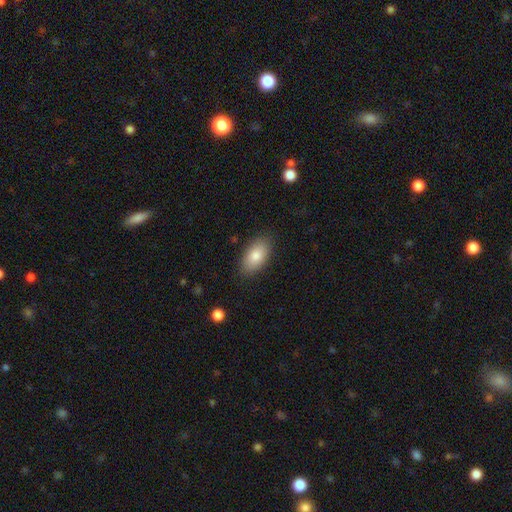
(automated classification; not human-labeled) Smooth or featured: smooth — 82% (featured or disk — 11%)
How rounded: in between — 93% (round — 4%)
Merging: none — 85% (minor disturbance — 11%)